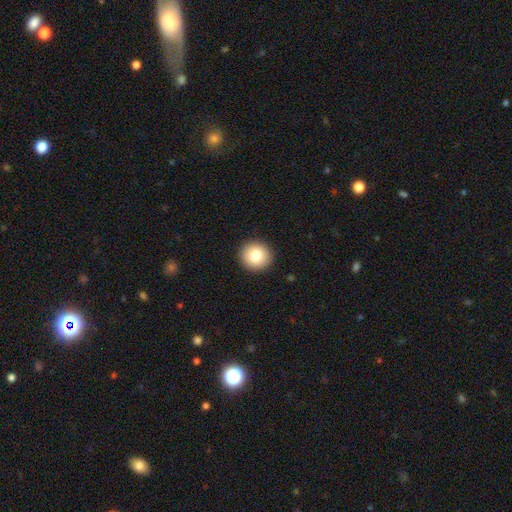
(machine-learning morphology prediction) smooth-or-featured: smooth: 80% | featured or disk: 11% | star or artifact: 9%
  how-rounded: round: 93% | in between: 6% | cigar-shaped: 1%
  merging: none: 93% | minor disturbance: 5% | major disturbance: 2% | merger: 1%